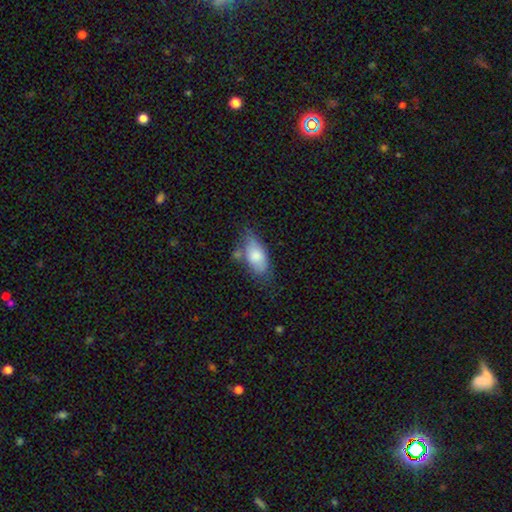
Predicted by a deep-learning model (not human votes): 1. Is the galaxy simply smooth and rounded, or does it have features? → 75% smooth, 18% featured or disk, 7% star or artifact.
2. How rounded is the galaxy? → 89% in between, 7% cigar-shaped, 4% round.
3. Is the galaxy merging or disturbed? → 47% none, 30% minor disturbance, 12% merger, 11% major disturbance.